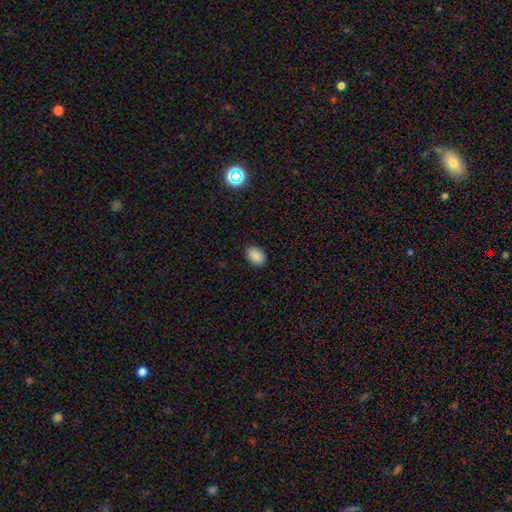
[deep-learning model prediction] Smooth or featured?
  - smooth: 88% *
  - star or artifact: 9%
  - featured or disk: 3%
How rounded?
  - in between: 78% *
  - round: 21%
  - cigar-shaped: 1%
Merging?
  - none: 89% *
  - minor disturbance: 8%
  - major disturbance: 2%
  - merger: 1%